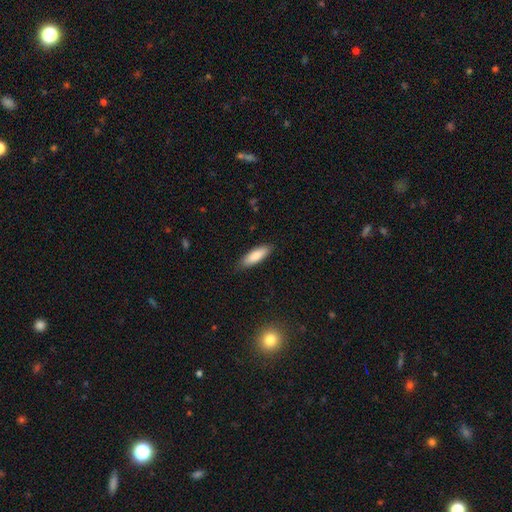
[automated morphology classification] Overall: smooth (84%). How rounded: in between (55%; cigar-shaped 43%). Merging: none (87%).